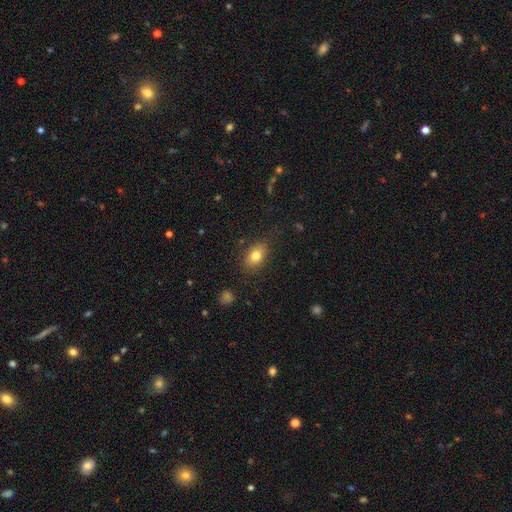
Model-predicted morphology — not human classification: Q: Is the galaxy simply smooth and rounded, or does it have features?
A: smooth — 80%.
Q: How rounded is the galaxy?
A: in between — 80%.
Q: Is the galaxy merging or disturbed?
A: none — 82%.